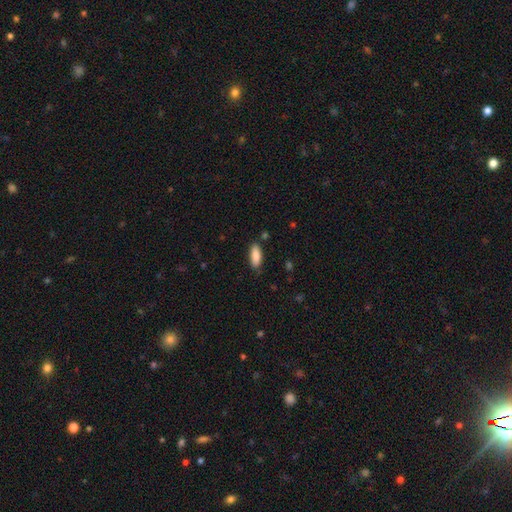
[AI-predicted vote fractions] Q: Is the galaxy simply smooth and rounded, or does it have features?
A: smooth — 88%.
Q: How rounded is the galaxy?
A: in between — 75%.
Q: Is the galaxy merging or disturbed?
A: none — 84%.